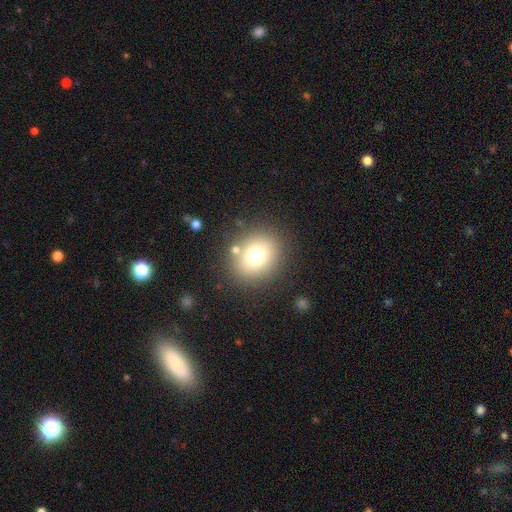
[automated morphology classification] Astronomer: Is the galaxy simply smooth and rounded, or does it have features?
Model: smooth — 74%.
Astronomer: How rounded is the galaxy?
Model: round — 71%.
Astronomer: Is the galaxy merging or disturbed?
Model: none — 82%.